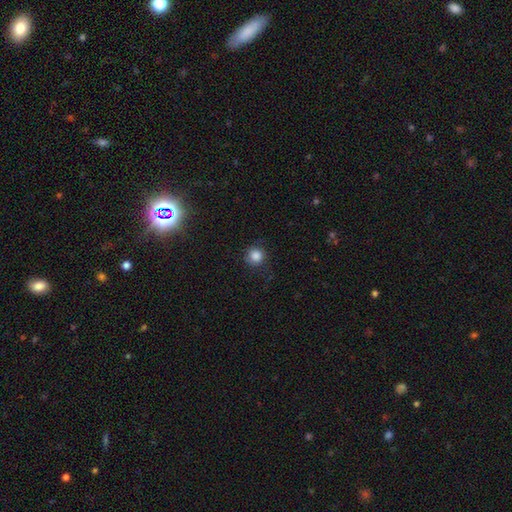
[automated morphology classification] Smooth or featured? Predicted: smooth (p=0.85). How rounded? Predicted: round (p=0.92). Merging? Predicted: none (p=0.81).